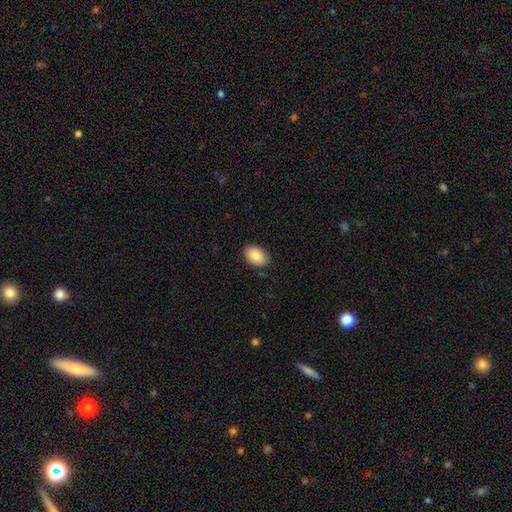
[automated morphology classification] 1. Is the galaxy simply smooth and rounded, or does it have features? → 87% smooth, 7% star or artifact, 6% featured or disk.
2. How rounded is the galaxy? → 87% in between, 12% round, 1% cigar-shaped.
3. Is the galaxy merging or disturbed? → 86% none, 11% minor disturbance, 2% major disturbance, 1% merger.